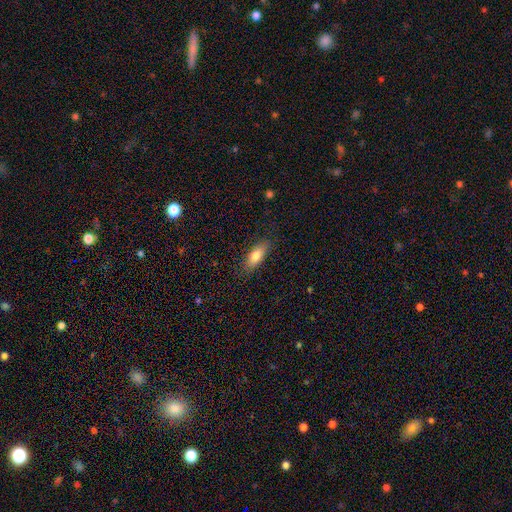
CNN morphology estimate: Overall: smooth (78%). How rounded: in between (74%). Merging: none (84%).